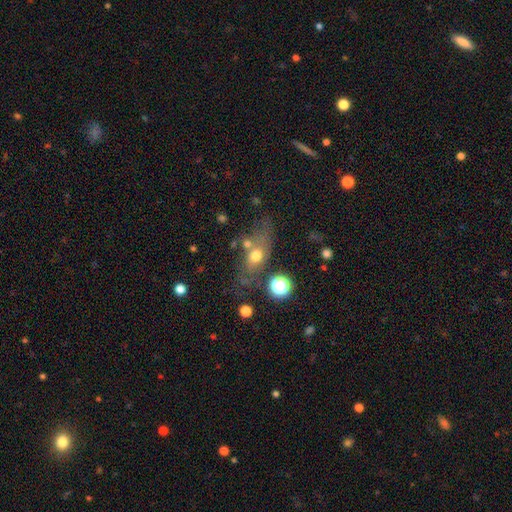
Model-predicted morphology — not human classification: This is likely a smooth galaxy (62%). How rounded: likely in between (64%). Merging: possibly none (48%).